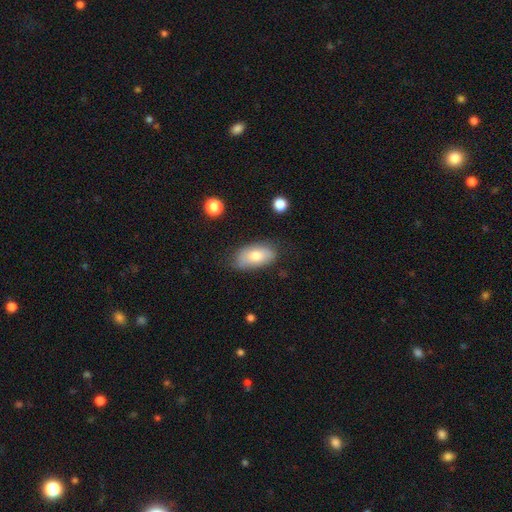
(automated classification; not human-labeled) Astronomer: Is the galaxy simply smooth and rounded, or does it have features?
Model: smooth — 74%.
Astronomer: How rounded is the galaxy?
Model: in between — 93%.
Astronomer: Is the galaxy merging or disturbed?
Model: none — 71%.